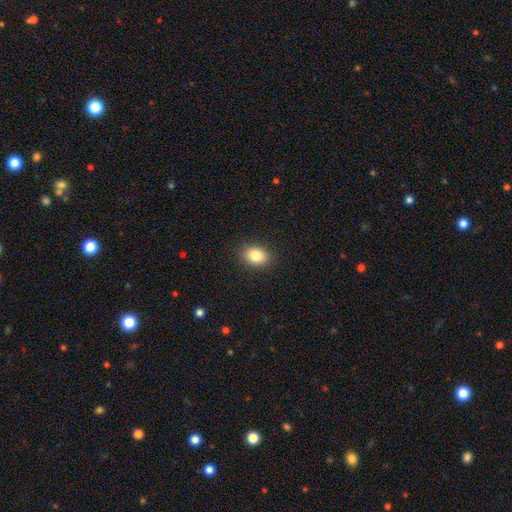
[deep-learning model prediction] Smooth or featured? smooth (84%)
How rounded? in between (65%)
Merging? none (89%)